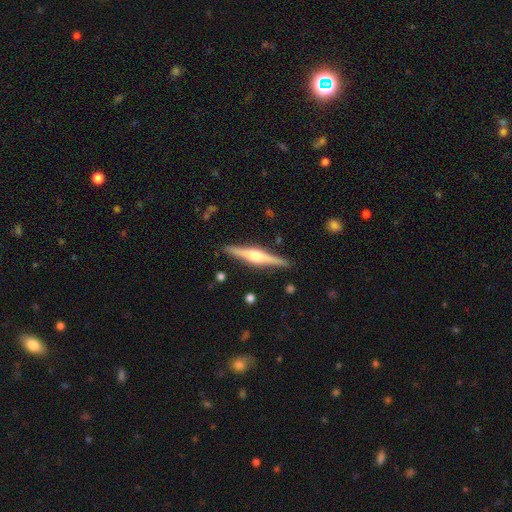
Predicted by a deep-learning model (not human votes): Smooth or featured?
  - featured or disk: 74% *
  - smooth: 21%
  - star or artifact: 5%
Edge-on disk?
  - yes: 98% *
  - no: 2%
Edge-on bulge?
  - rounded: 79% *
  - boxy: 16%
  - none: 5%
Merging?
  - none: 90% *
  - minor disturbance: 7%
  - major disturbance: 2%
  - merger: 1%